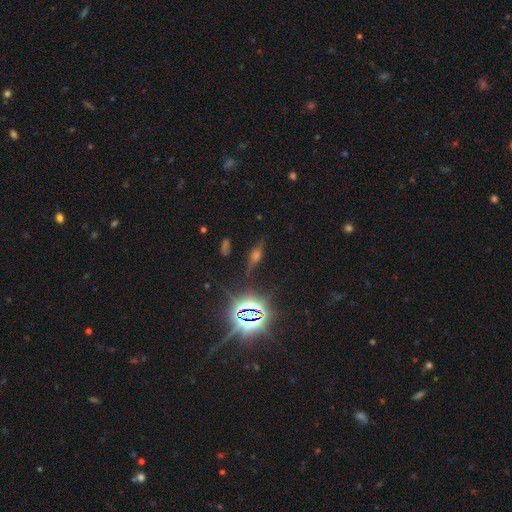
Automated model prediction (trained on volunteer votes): Smooth or featured: star or artifact — 43% (featured or disk — 36%)